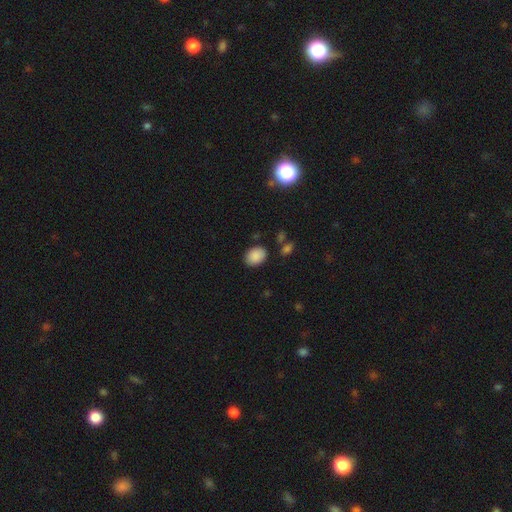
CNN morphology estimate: smooth 88%, star or artifact 9%, featured or disk 4%. Down the decision tree: how rounded — in between (66%); merging — none (83%).